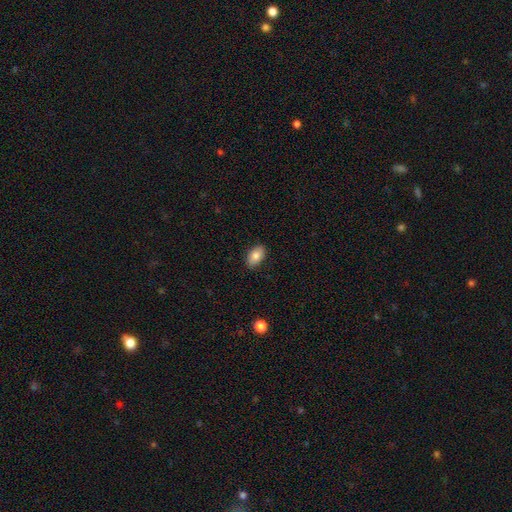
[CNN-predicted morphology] Overall: smooth (83%). How rounded: in between (92%). Merging: none (88%).